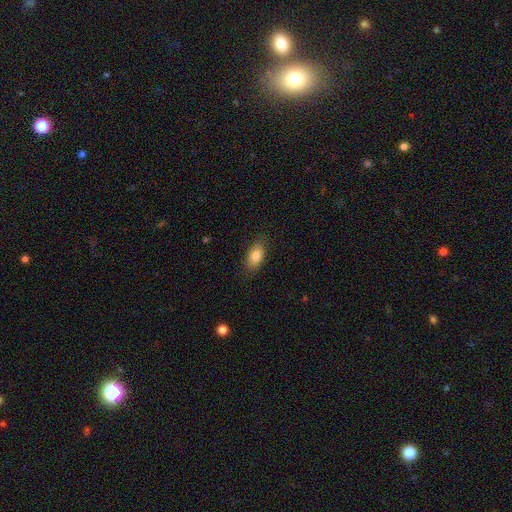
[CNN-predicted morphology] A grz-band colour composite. It shows a smooth galaxy with no disk features (82%) that is in between round and cigar-shaped (89%). Merging: none (85%).